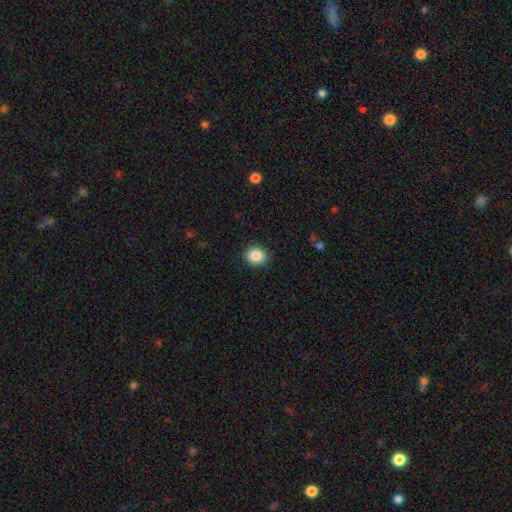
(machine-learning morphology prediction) Smooth or featured?
  - smooth: 87% *
  - star or artifact: 9%
  - featured or disk: 4%
How rounded?
  - round: 79% *
  - in between: 20%
  - cigar-shaped: 1%
Merging?
  - none: 90% *
  - minor disturbance: 7%
  - major disturbance: 2%
  - merger: 1%